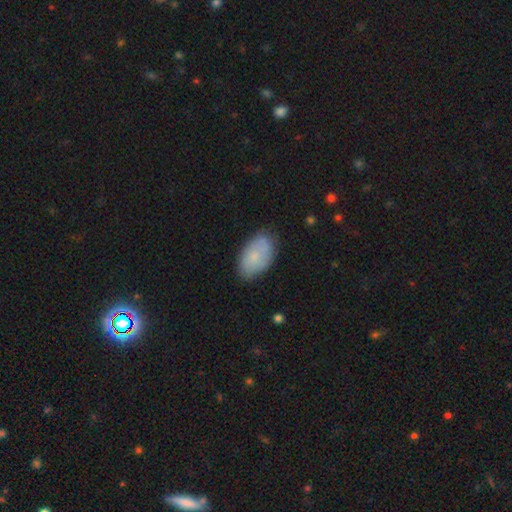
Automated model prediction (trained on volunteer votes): Overall: smooth (72%). How rounded: in between (94%). Merging: none (73%).